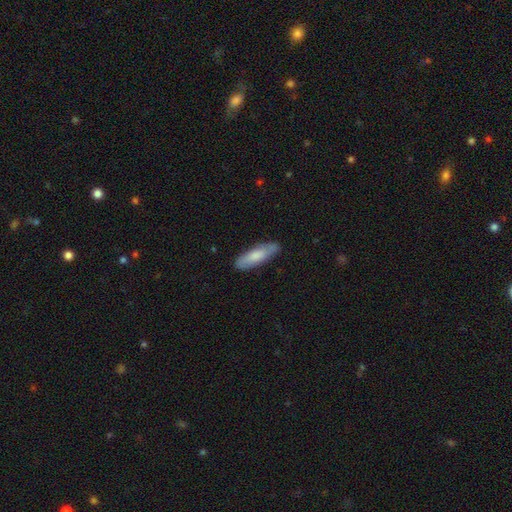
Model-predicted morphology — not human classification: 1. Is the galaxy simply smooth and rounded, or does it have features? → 74% smooth, 21% featured or disk, 5% star or artifact.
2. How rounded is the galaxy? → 56% cigar-shaped, 42% in between, 2% round.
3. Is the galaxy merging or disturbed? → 84% none, 12% minor disturbance, 2% major disturbance, 1% merger.